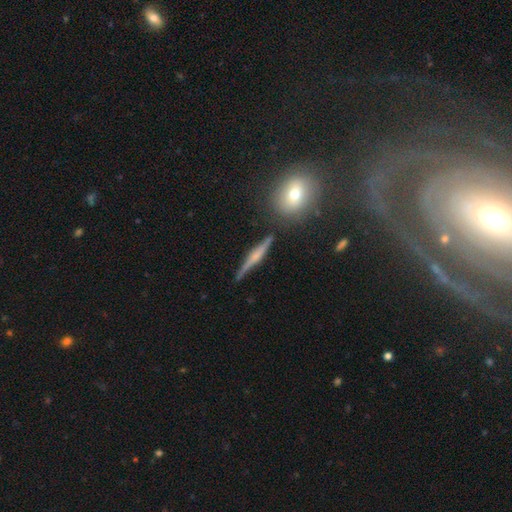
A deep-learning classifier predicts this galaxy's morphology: A featured or disk galaxy (68%) viewed edge-on (96%) with a rounded central bulge (61%).

Vote fractions:
- Smooth or featured? featured or disk: 68% / smooth: 24% / star or artifact: 8%
- Edge-on disk? yes: 96% / no: 4%
- Edge-on bulge? rounded: 61% / none: 22% / boxy: 18%
- Merging? none: 81% / minor disturbance: 12% / merger: 4% / major disturbance: 3%